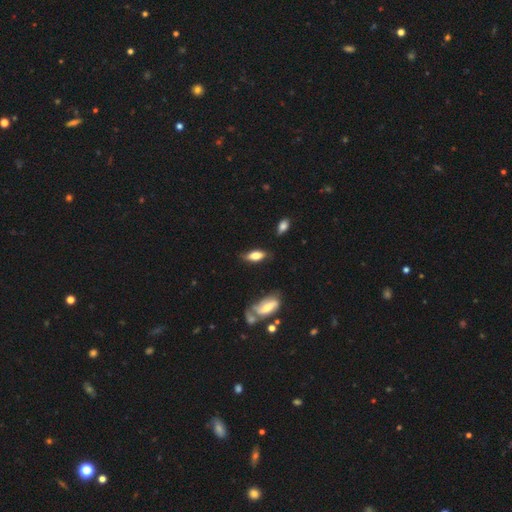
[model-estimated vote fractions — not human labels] Morphology: type=smooth (70%); roundness=in between (78%); merging=none (69%).